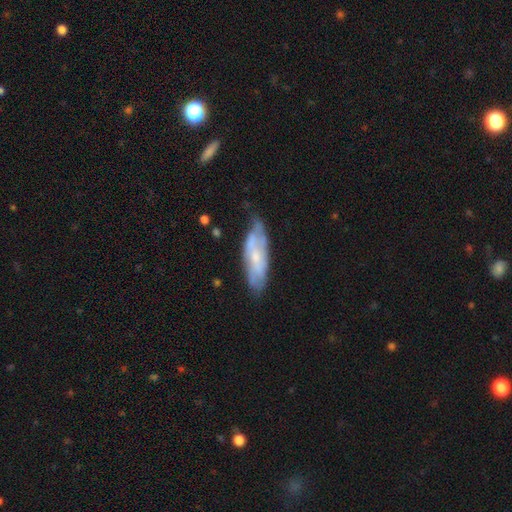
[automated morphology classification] Smooth or featured? Predicted: featured or disk (p=0.61). Edge-on disk? Predicted: no (p=0.76). Merging? Predicted: none (p=0.61).